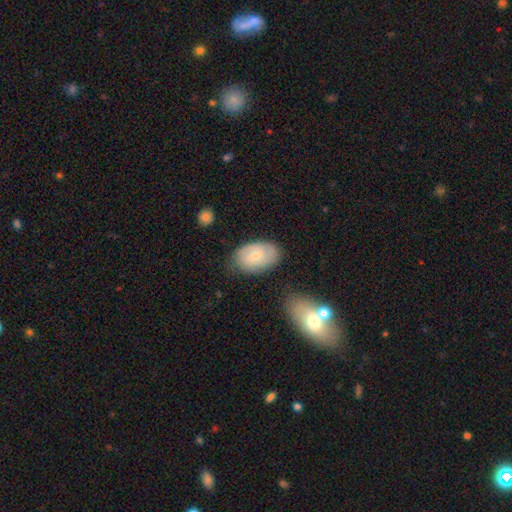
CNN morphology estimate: A smooth galaxy with no disk features (60%) that is in between round and cigar-shaped (90%).

Vote fractions:
- Smooth or featured? smooth: 60% / featured or disk: 34% / star or artifact: 6%
- How rounded? in between: 90% / round: 9% / cigar-shaped: 1%
- Merging? none: 74% / minor disturbance: 19% / major disturbance: 4% / merger: 3%